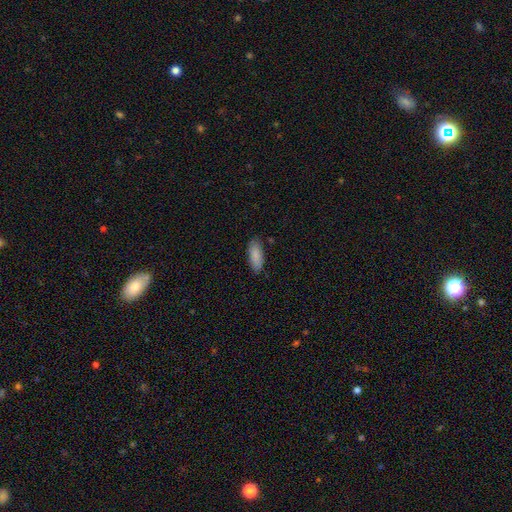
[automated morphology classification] Smooth or featured: smooth — 87% (featured or disk — 7%)
How rounded: in between — 79% (cigar-shaped — 19%)
Merging: none — 82% (minor disturbance — 14%)